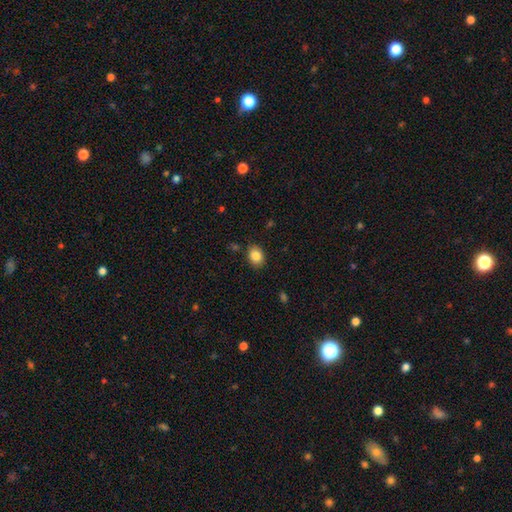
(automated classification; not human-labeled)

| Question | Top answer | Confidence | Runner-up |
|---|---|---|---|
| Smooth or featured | smooth | 85% | star or artifact (9%) |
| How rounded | in between | 63% | round (36%) |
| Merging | none | 85% | minor disturbance (10%) |